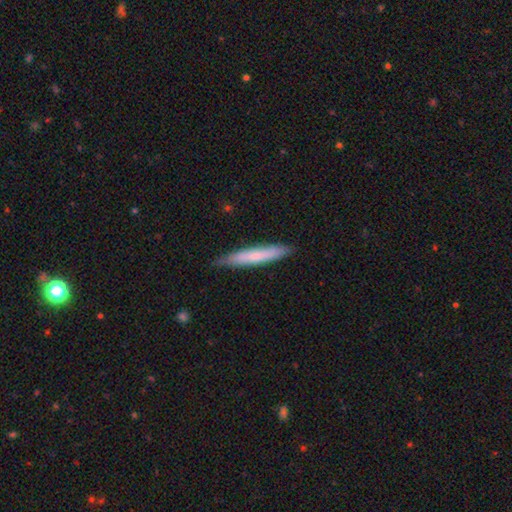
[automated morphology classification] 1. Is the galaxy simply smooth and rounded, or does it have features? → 64% smooth, 31% featured or disk, 6% star or artifact.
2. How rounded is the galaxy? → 94% cigar-shaped, 5% in between, 1% round.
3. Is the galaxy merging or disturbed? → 84% none, 13% minor disturbance, 2% major disturbance, 1% merger.